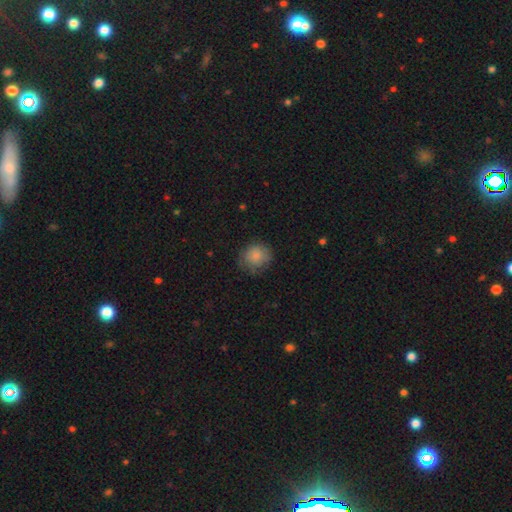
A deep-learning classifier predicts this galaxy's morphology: This is clearly a smooth galaxy (84%). How rounded: likely round (79%). Merging: likely none (74%).